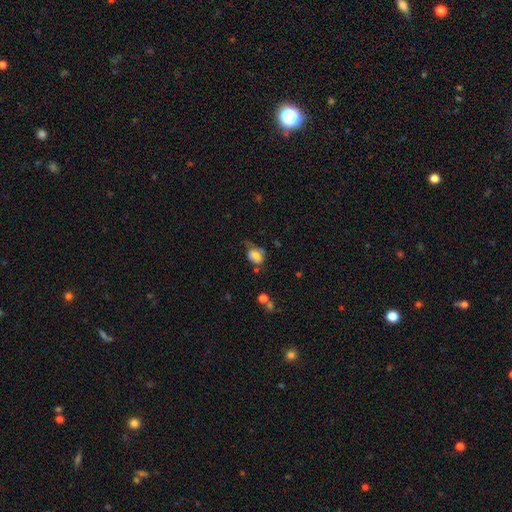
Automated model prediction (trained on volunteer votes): smooth 62%, featured or disk 29%, star or artifact 10%. Down the decision tree: how rounded — in between (56%); merging — none (38%).